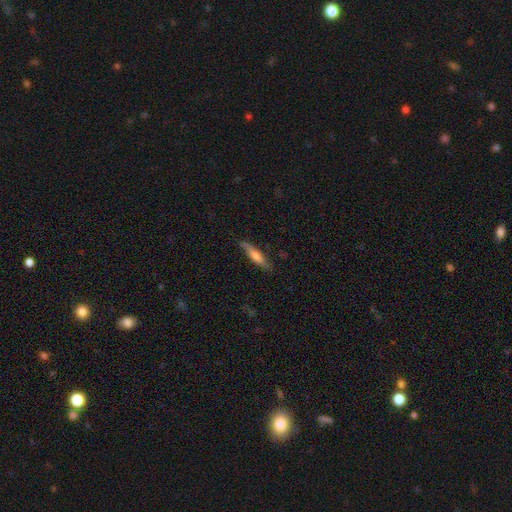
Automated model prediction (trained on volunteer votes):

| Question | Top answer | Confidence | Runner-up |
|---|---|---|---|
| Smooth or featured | smooth | 53% | featured or disk (41%) |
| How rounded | cigar-shaped | 86% | in between (13%) |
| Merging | none | 80% | minor disturbance (16%) |